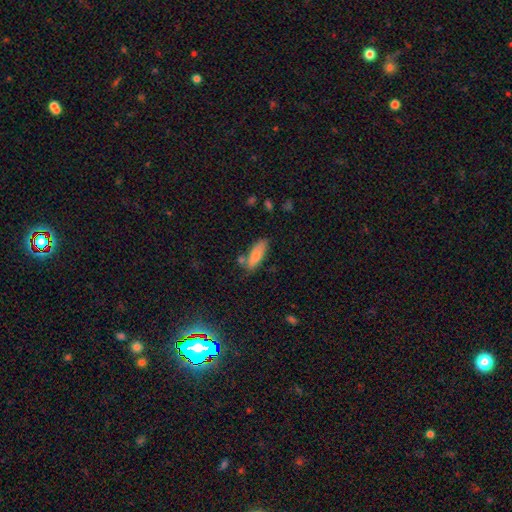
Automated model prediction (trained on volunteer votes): A smooth galaxy with no disk features (79%) that is in between round and cigar-shaped (68%).

Vote fractions:
- Smooth or featured? smooth: 79% / featured or disk: 14% / star or artifact: 7%
- How rounded? in between: 68% / cigar-shaped: 30% / round: 2%
- Merging? none: 63% / minor disturbance: 20% / merger: 12% / major disturbance: 5%